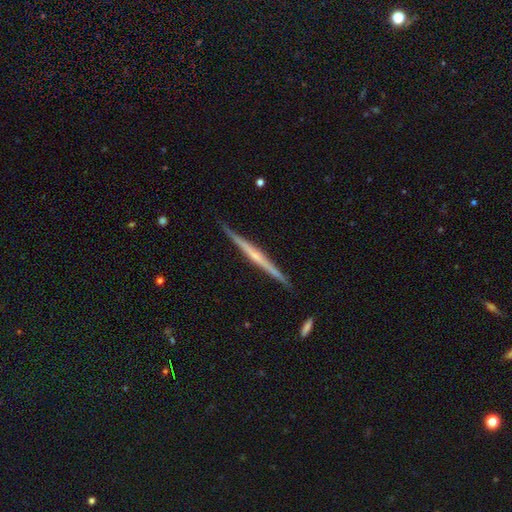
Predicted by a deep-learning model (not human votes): Smooth or featured? featured or disk (77%)
Edge-on disk? yes (98%)
Edge-on bulge? rounded (51%)
Merging? none (90%)